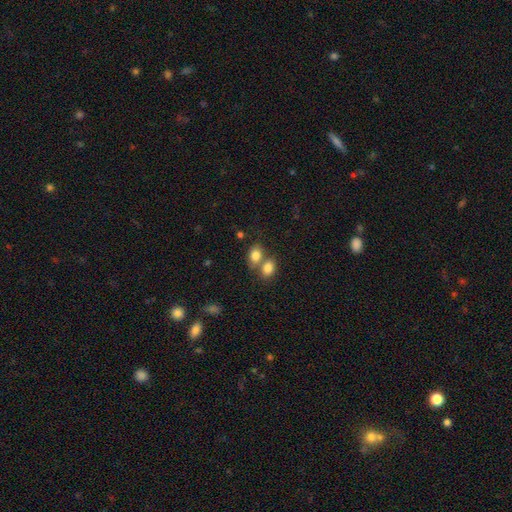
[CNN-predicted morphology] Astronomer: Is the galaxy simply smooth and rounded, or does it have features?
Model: smooth — 81%.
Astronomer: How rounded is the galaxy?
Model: in between — 74%.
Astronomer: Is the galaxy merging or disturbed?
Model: merger — 51% (runner-up: none, 37%).